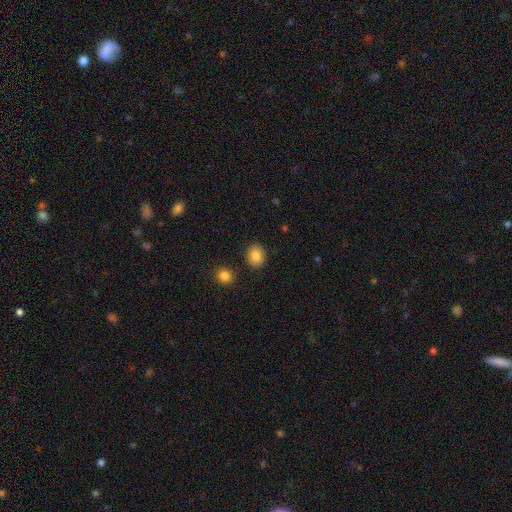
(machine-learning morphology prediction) type=smooth (86%); roundness=round (61%); merging=none (88%).